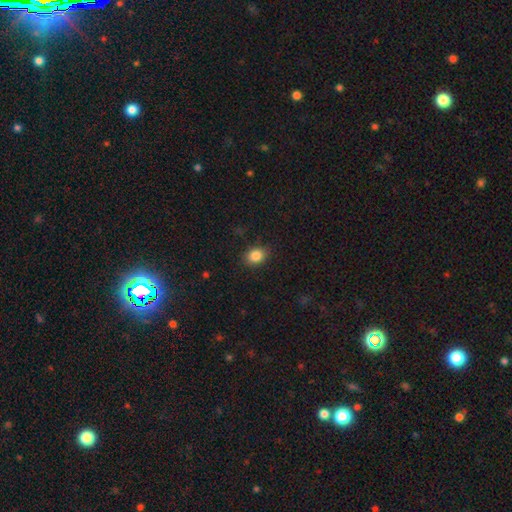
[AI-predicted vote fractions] This is clearly a smooth galaxy (85%). How rounded: possibly in between (55%). Merging: clearly none (86%).